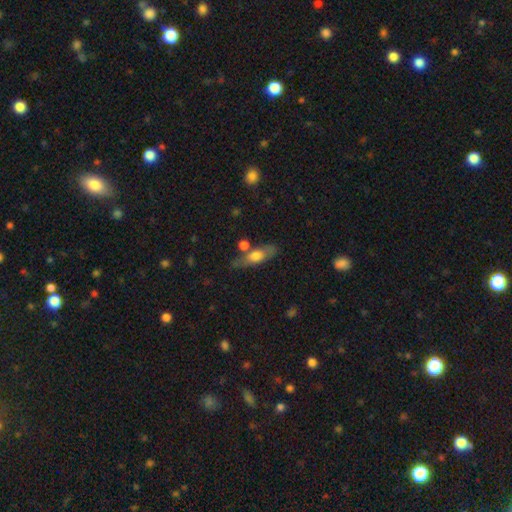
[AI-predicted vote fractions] A smooth galaxy with no disk features (62%) that is in between round and cigar-shaped (57%).

Vote fractions:
- Smooth or featured? smooth: 62% / featured or disk: 31% / star or artifact: 7%
- How rounded? in between: 57% / cigar-shaped: 37% / round: 5%
- Merging? none: 61% / minor disturbance: 19% / merger: 15% / major disturbance: 6%